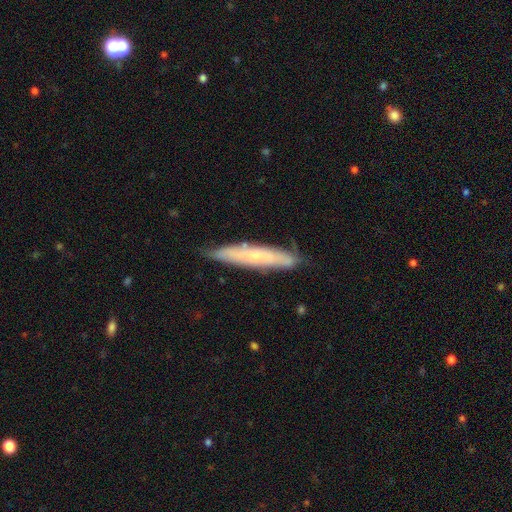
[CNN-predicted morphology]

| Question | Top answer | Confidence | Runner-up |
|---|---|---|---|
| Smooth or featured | smooth | 48% | featured or disk (45%) |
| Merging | none | 81% | minor disturbance (15%) |